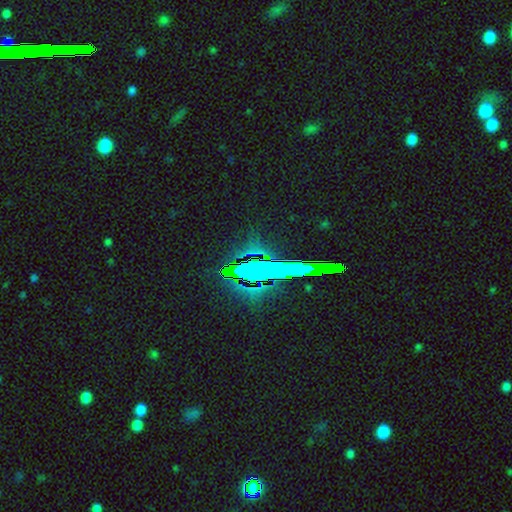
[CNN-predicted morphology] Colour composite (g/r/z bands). It shows a star or artifact, not a galaxy (80%).